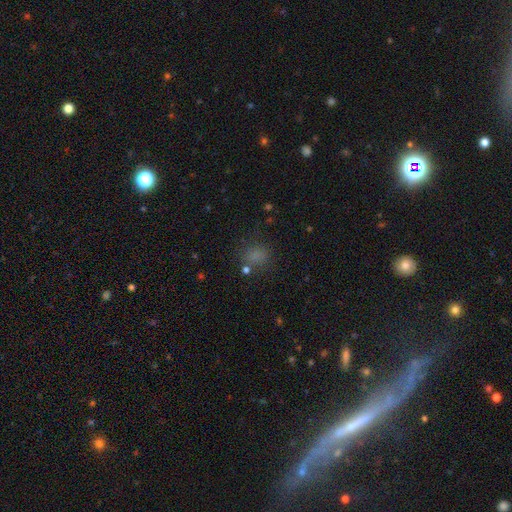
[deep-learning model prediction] This appears to be a smooth galaxy with no disk features (74%) that is round (64%). Merging: none (73%).